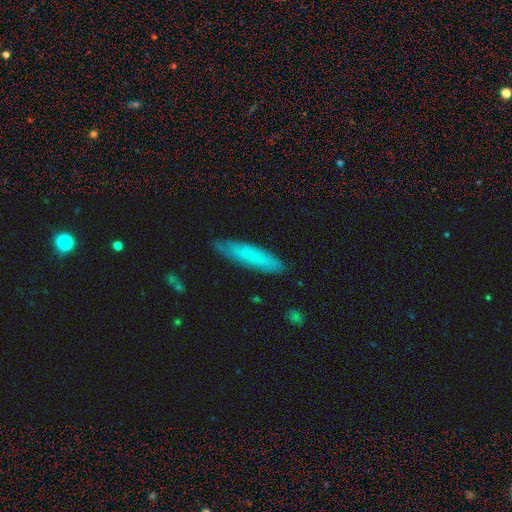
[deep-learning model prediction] Overall: smooth (62%; featured or disk 25%). How rounded: cigar-shaped (83%). Merging: none (85%).